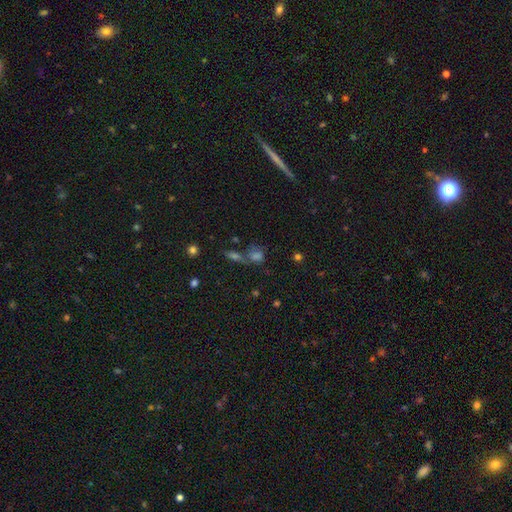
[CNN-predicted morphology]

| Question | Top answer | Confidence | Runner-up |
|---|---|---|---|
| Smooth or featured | smooth | 51% | star or artifact (30%) |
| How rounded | round | 54% | in between (38%) |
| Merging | none | 46% | merger (35%) |